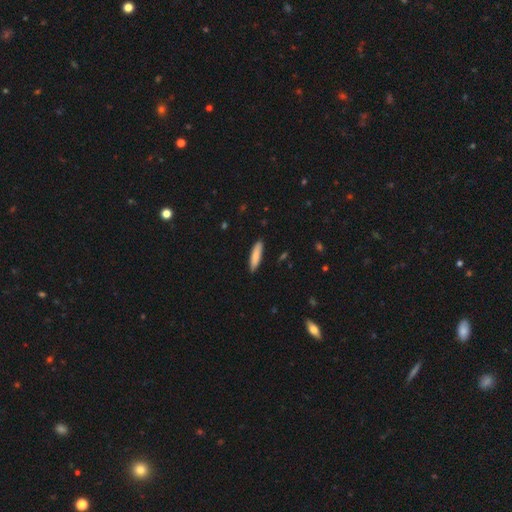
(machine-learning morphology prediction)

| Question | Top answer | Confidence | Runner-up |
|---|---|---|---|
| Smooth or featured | smooth | 85% | featured or disk (10%) |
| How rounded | cigar-shaped | 76% | in between (22%) |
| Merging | none | 88% | minor disturbance (9%) |